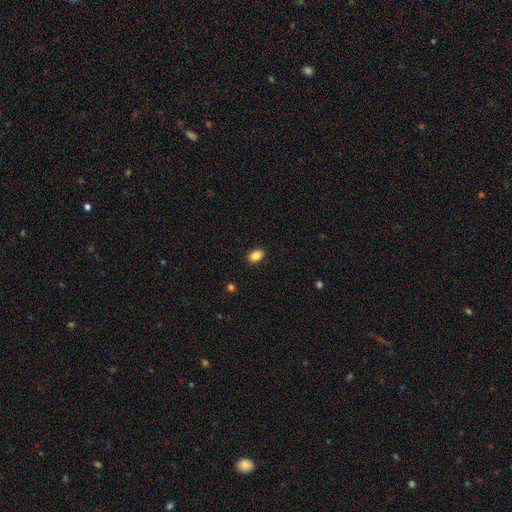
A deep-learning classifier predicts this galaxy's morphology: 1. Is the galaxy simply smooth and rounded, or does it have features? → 87% smooth, 9% star or artifact, 4% featured or disk.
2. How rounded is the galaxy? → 81% in between, 18% round, 1% cigar-shaped.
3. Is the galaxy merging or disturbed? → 89% none, 8% minor disturbance, 2% major disturbance, 1% merger.